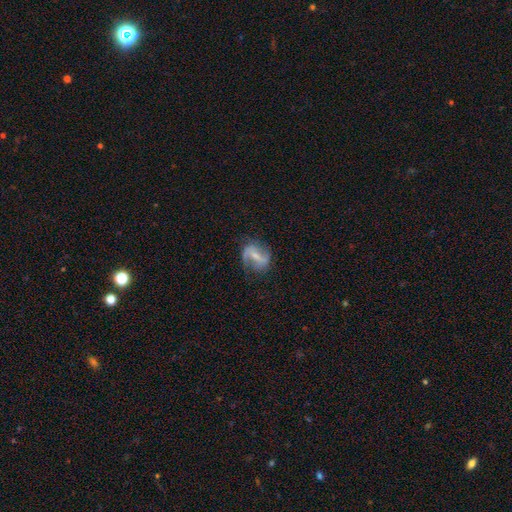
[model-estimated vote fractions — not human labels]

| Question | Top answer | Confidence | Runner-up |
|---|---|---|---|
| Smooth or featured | featured or disk | 77% | smooth (17%) |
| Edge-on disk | no | 96% | yes (4%) |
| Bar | strong | 44% | weak (41%) |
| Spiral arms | yes | 90% | no (10%) |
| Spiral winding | loose | 45% | medium (41%) |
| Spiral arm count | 2 | 85% | 1 (6%) |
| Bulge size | small | 50% | moderate (35%) |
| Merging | none | 69% | minor disturbance (19%) |